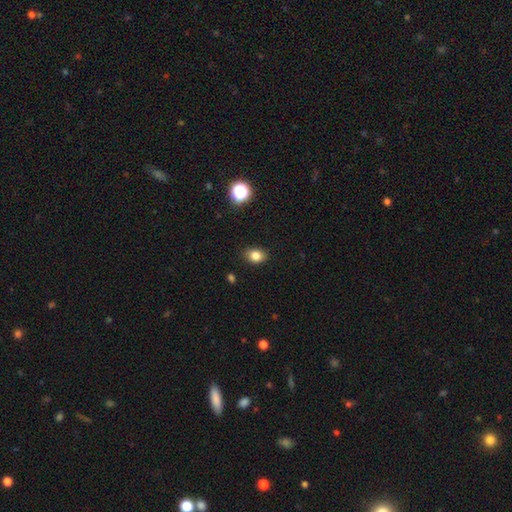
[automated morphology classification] Overall: smooth (82%). How rounded: in between (68%; round 31%). Merging: none (86%).